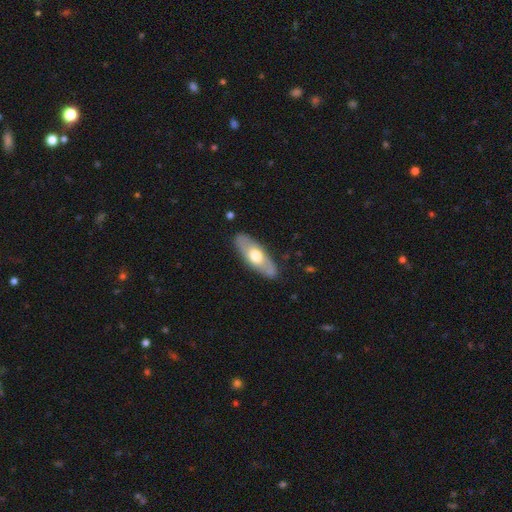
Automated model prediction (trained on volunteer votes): Overall: featured or disk (48%; smooth 47%). Merging: none (87%).